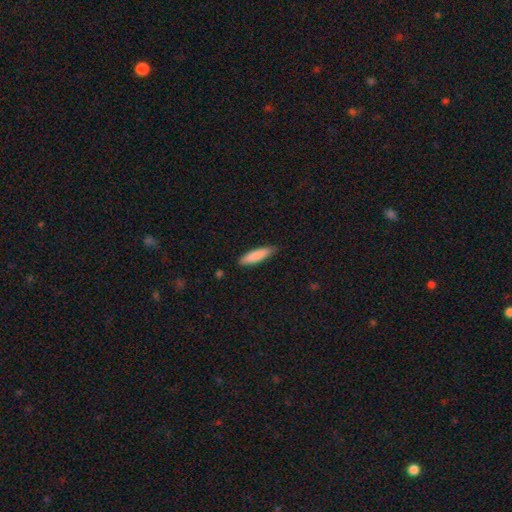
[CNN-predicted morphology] smooth_or_featured: smooth (p=0.85) [alt: featured or disk p=0.09]
how_rounded: cigar-shaped (p=0.73) [alt: in between p=0.26]
merging: none (p=0.84) [alt: minor disturbance p=0.13]